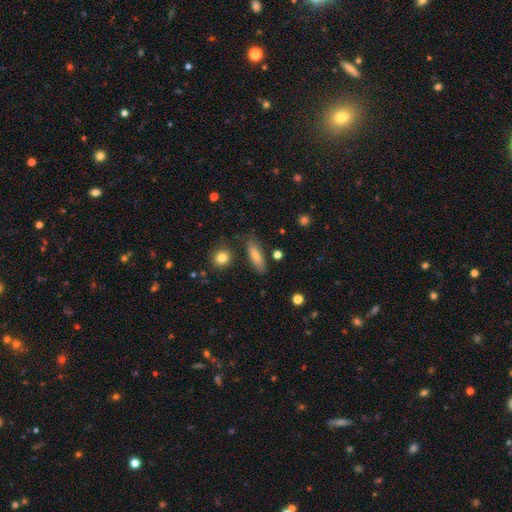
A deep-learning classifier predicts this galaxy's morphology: A smooth galaxy with no disk features (78%) that is in between round and cigar-shaped (53%).

Vote fractions:
- Smooth or featured? smooth: 78% / featured or disk: 15% / star or artifact: 7%
- How rounded? in between: 53% / cigar-shaped: 44% / round: 3%
- Merging? none: 76% / minor disturbance: 17% / major disturbance: 4% / merger: 3%